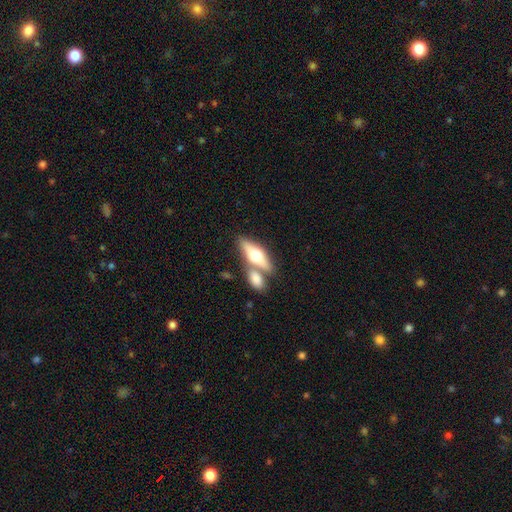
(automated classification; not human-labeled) Smooth or featured?
  - featured or disk: 49% *
  - smooth: 45%
  - star or artifact: 6%
Merging?
  - none: 53% *
  - merger: 34%
  - minor disturbance: 9%
  - major disturbance: 4%